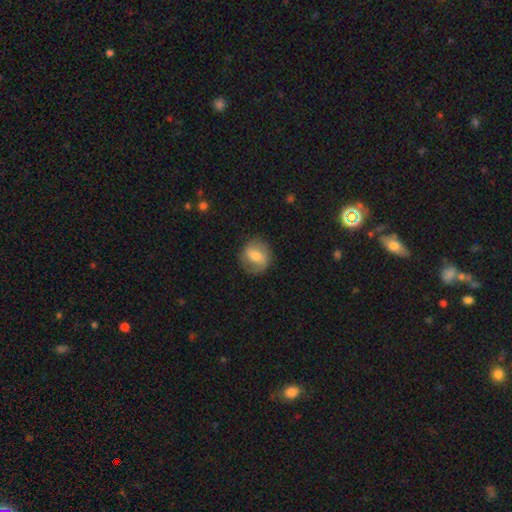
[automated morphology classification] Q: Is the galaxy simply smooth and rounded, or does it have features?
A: smooth — 54%.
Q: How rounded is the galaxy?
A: round — 75%.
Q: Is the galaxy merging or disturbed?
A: none — 80%.